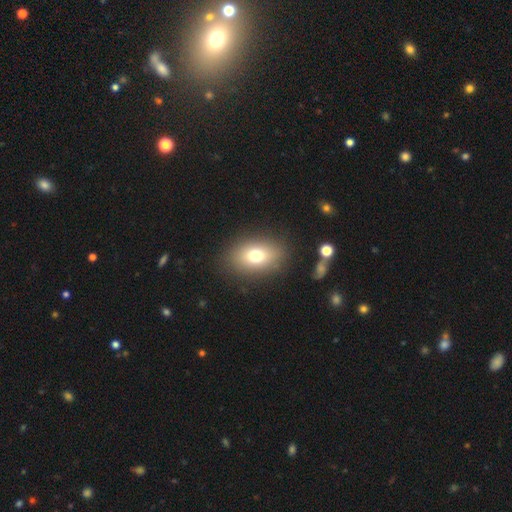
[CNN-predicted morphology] smooth_or_featured: smooth (p=0.74) [alt: featured or disk p=0.15]
how_rounded: in between (p=0.79) [alt: round p=0.19]
merging: none (p=0.85) [alt: minor disturbance p=0.09]